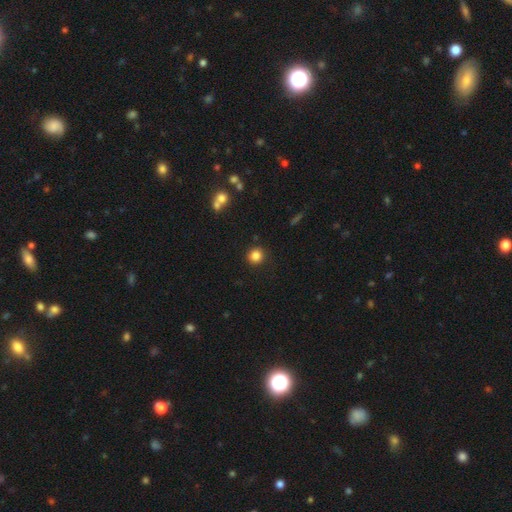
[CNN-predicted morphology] smooth_or_featured: smooth (p=0.84) [alt: star or artifact p=0.11]
how_rounded: round (p=0.91) [alt: in between p=0.08]
merging: none (p=0.90) [alt: minor disturbance p=0.06]